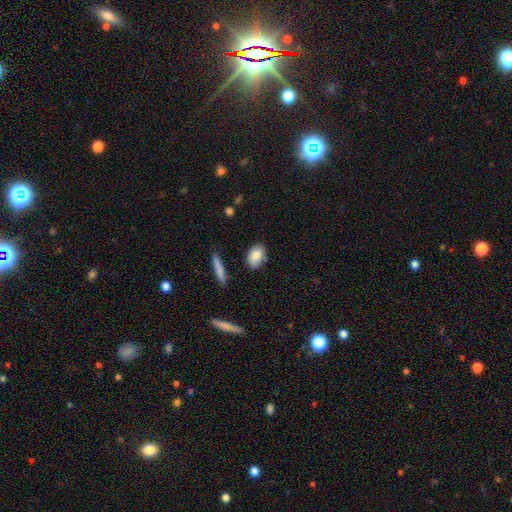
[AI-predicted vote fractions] smooth 83%, featured or disk 10%, star or artifact 7%. Down the decision tree: how rounded — in between (85%); merging — none (77%).